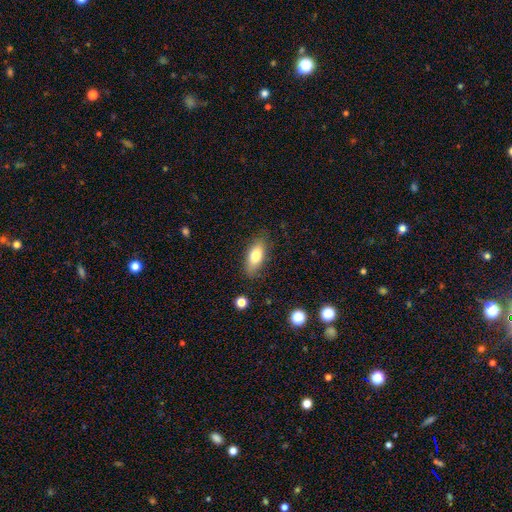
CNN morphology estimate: Smooth or featured? Predicted: smooth (p=0.76). How rounded? Predicted: in between (p=0.80). Merging? Predicted: none (p=0.79).